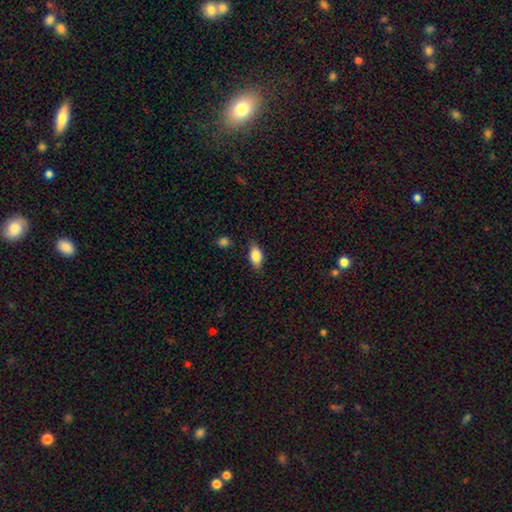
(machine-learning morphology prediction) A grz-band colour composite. It shows a smooth galaxy with no disk features (82%) that is in between round and cigar-shaped (87%). Merging: none (78%).